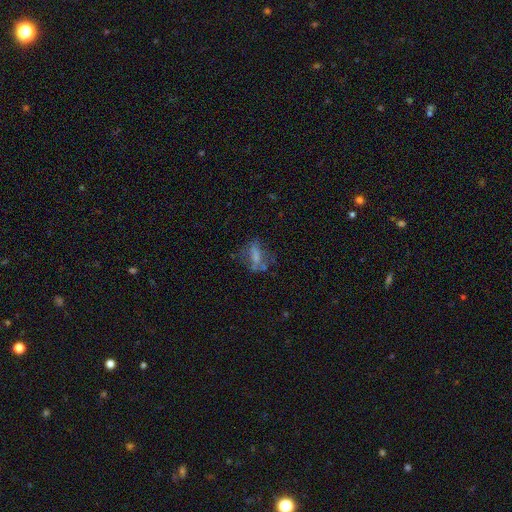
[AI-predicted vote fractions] Smooth or featured?
  - smooth: 48% *
  - featured or disk: 38%
  - star or artifact: 15%
Merging?
  - none: 42% *
  - major disturbance: 29%
  - minor disturbance: 22%
  - merger: 7%